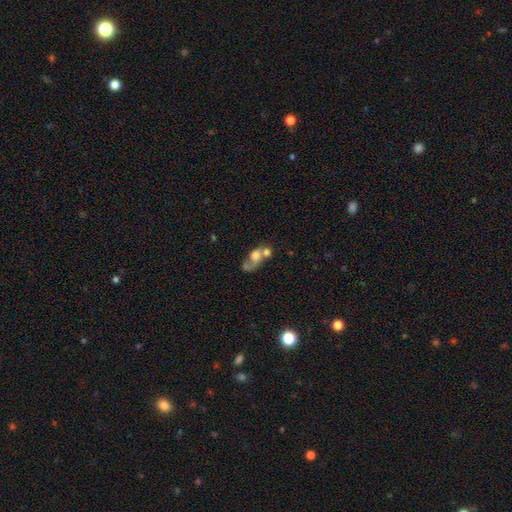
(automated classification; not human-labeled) smooth 52%, featured or disk 37%, star or artifact 11%. Down the decision tree: how rounded — in between (61%); merging — merger (55%).